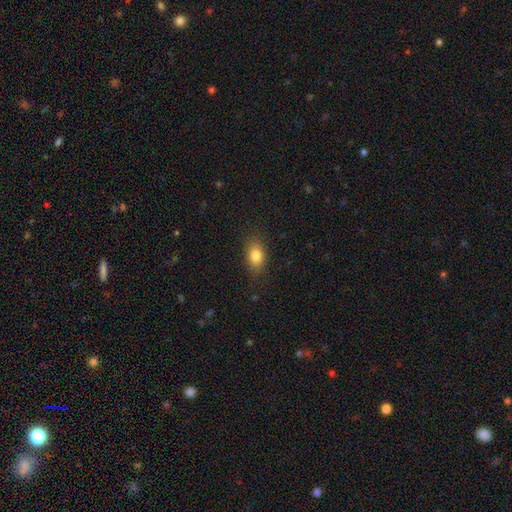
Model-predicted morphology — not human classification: Smooth or featured?
  - smooth: 83% *
  - star or artifact: 9%
  - featured or disk: 8%
How rounded?
  - in between: 83% *
  - round: 14%
  - cigar-shaped: 2%
Merging?
  - none: 85% *
  - minor disturbance: 11%
  - major disturbance: 3%
  - merger: 1%